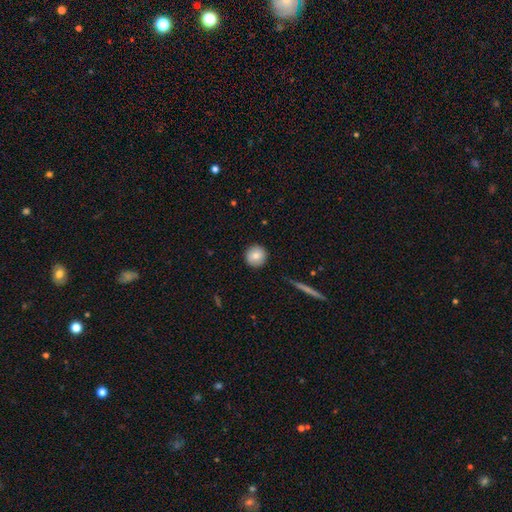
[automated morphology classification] The model was most divided on "smooth or featured": smooth: 79%, featured or disk: 13%, star or artifact: 8%. More confident: how rounded — round (95%); merging — none (91%).